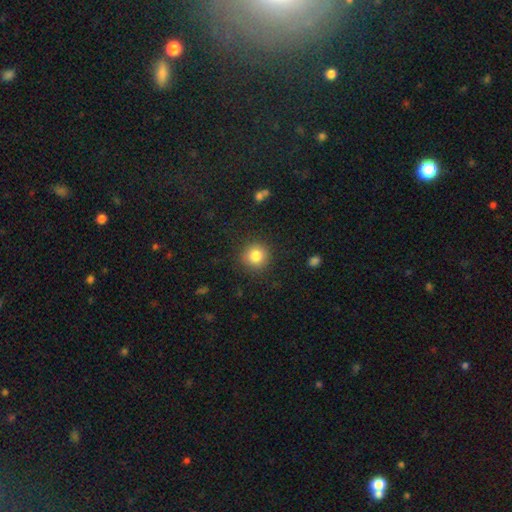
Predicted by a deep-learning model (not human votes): Smooth or featured? Predicted: smooth (p=0.82). How rounded? Predicted: round (p=0.93). Merging? Predicted: none (p=0.89).